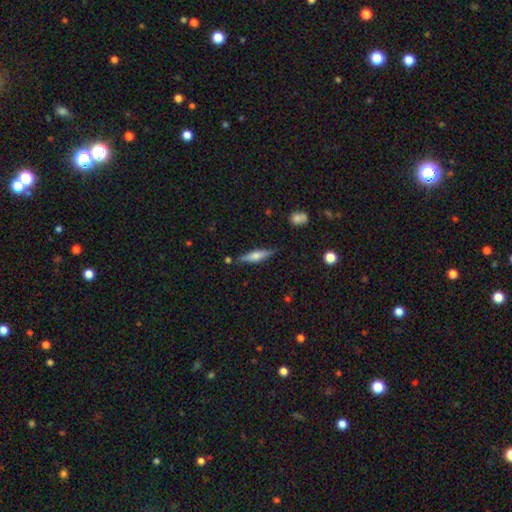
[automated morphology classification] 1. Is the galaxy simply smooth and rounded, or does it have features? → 52% featured or disk, 41% smooth, 7% star or artifact.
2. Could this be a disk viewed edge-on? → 95% yes, 5% no.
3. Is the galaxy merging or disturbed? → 84% none, 11% minor disturbance, 3% merger, 2% major disturbance.